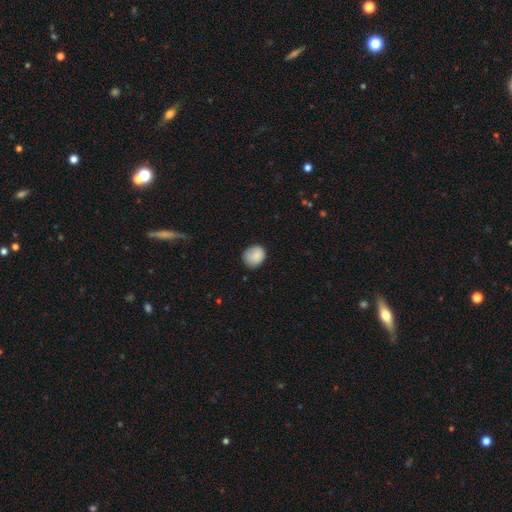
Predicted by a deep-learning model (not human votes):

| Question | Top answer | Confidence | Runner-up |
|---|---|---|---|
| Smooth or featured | smooth | 86% | star or artifact (8%) |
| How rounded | round | 70% | in between (29%) |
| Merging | none | 73% | minor disturbance (21%) |